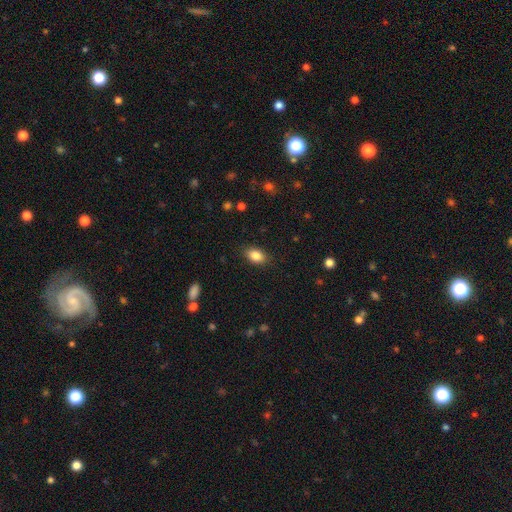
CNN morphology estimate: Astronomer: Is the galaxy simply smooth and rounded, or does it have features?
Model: smooth — 85%.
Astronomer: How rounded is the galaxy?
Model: in between — 86%.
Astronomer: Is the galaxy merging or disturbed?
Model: none — 86%.